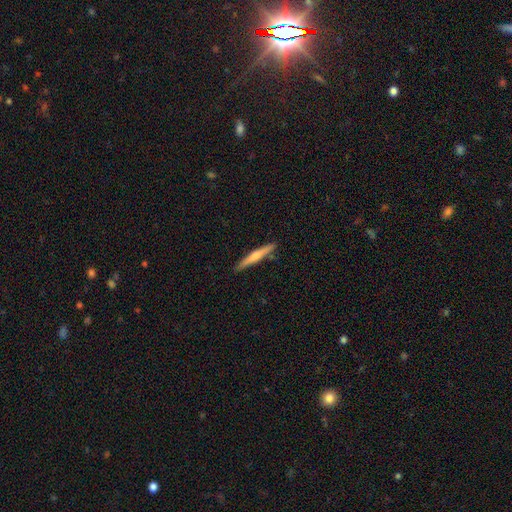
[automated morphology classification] Smooth or featured? Predicted: smooth (p=0.55). How rounded? Predicted: cigar-shaped (p=0.95). Merging? Predicted: none (p=0.87).